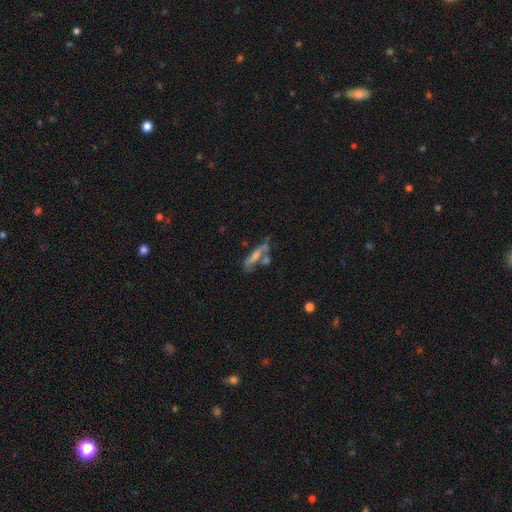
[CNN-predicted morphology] A featured or disk galaxy (50%) viewed edge-on (64%).

Vote fractions:
- Smooth or featured? featured or disk: 50% / smooth: 38% / star or artifact: 11%
- Edge-on disk? yes: 64% / no: 36%
- Merging? none: 47% / merger: 25% / minor disturbance: 18% / major disturbance: 11%